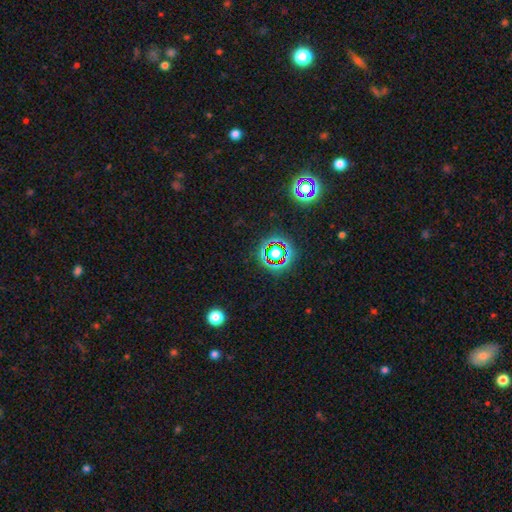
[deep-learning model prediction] Smooth or featured? star or artifact (76%)